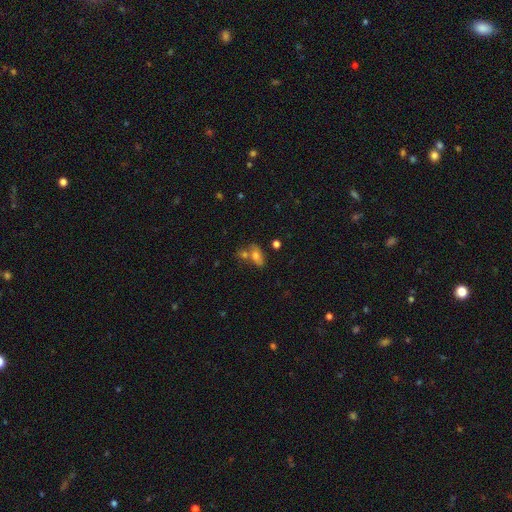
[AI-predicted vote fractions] Q: Smooth or featured?
A: smooth (71%); runner-up: featured or disk (18%)
Q: How rounded?
A: in between (82%); runner-up: round (9%)
Q: Merging?
A: none (43%); runner-up: merger (36%)